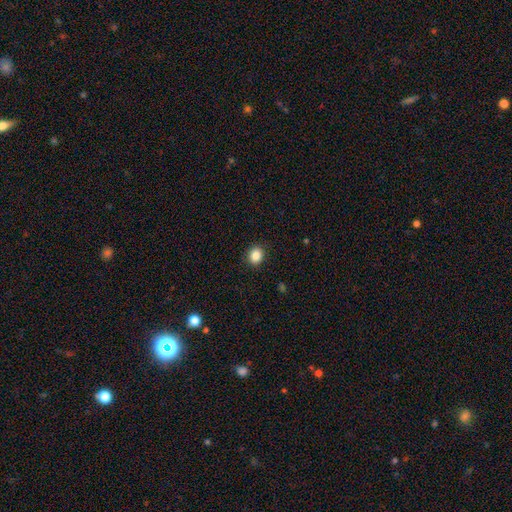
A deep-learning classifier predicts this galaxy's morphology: Smooth or featured? Predicted: smooth (p=0.86). How rounded? Predicted: round (p=0.61). Merging? Predicted: none (p=0.90).